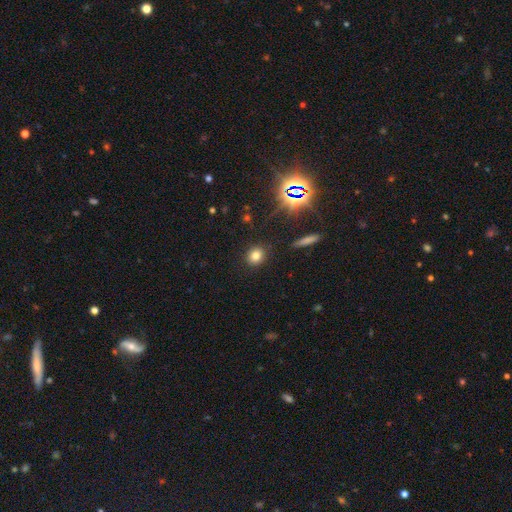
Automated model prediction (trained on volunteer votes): Overall: smooth (77%). How rounded: round (75%). Merging: none (89%).